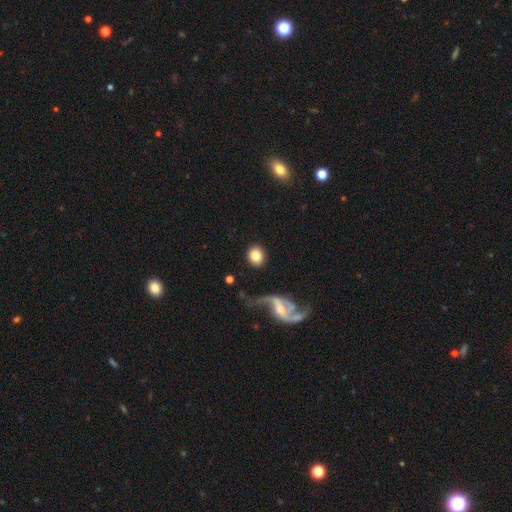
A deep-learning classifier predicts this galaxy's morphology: smooth-or-featured: smooth: 79% | featured or disk: 14% | star or artifact: 7%
  how-rounded: round: 73% | in between: 25% | cigar-shaped: 1%
  merging: none: 84% | minor disturbance: 8% | major disturbance: 4% | merger: 3%